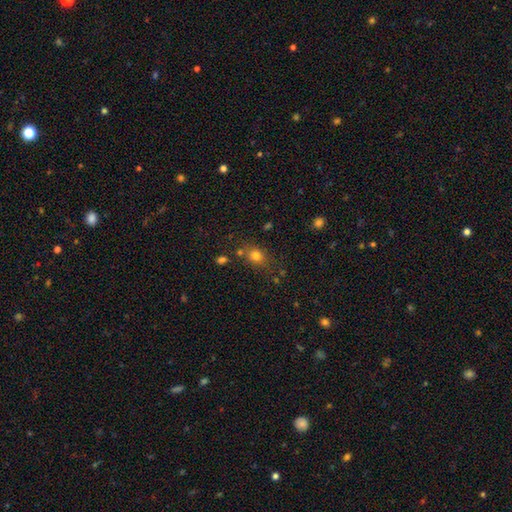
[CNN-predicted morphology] A smooth galaxy with no disk features (78%) that is round (59%).

Vote fractions:
- Smooth or featured? smooth: 78% / star or artifact: 14% / featured or disk: 8%
- How rounded? round: 59% / in between: 40% / cigar-shaped: 1%
- Merging? none: 71% / minor disturbance: 15% / merger: 9% / major disturbance: 5%